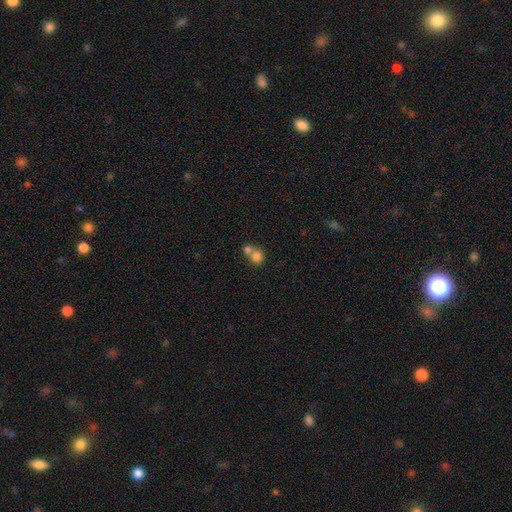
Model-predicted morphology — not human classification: Smooth or featured? smooth (79%)
How rounded? round (80%)
Merging? merger (60%)